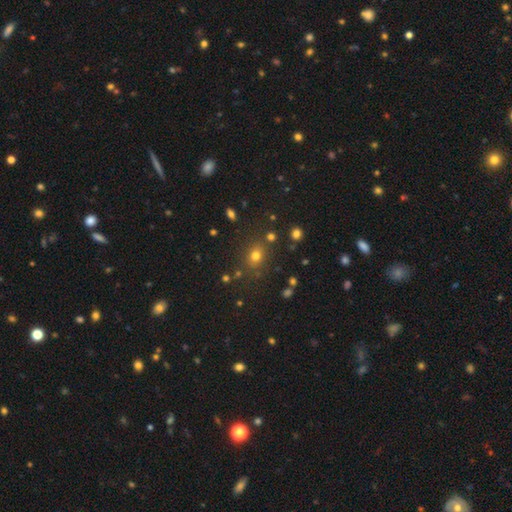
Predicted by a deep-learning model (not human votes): Smooth or featured? smooth (71%)
How rounded? round (59%)
Merging? none (80%)